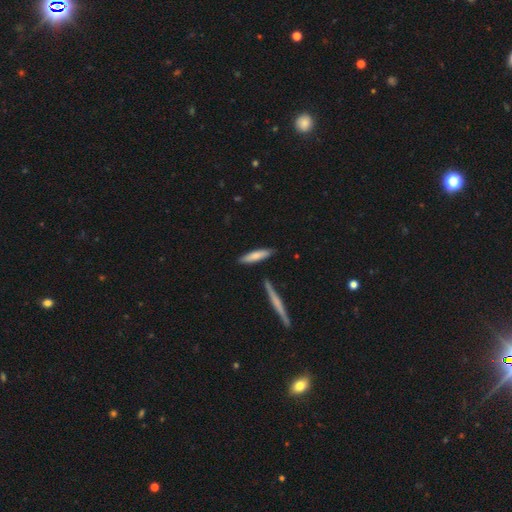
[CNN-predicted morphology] Smooth or featured?
  - smooth: 74% *
  - featured or disk: 20%
  - star or artifact: 6%
How rounded?
  - cigar-shaped: 75% *
  - in between: 23%
  - round: 2%
Merging?
  - none: 81% *
  - minor disturbance: 11%
  - merger: 6%
  - major disturbance: 2%